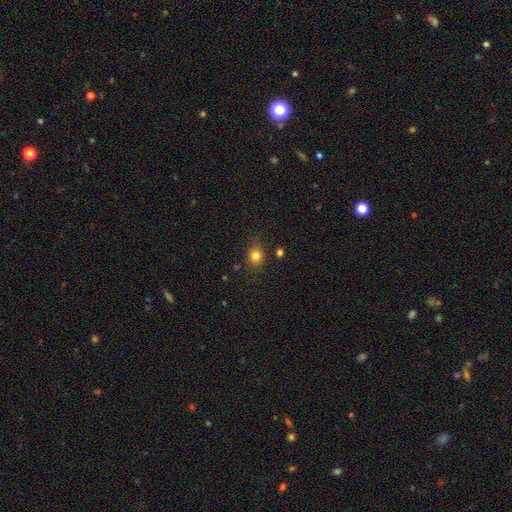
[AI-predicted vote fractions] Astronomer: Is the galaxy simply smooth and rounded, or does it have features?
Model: smooth — 80%.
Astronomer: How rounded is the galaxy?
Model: round — 64%.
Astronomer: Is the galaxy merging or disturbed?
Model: none — 76%.